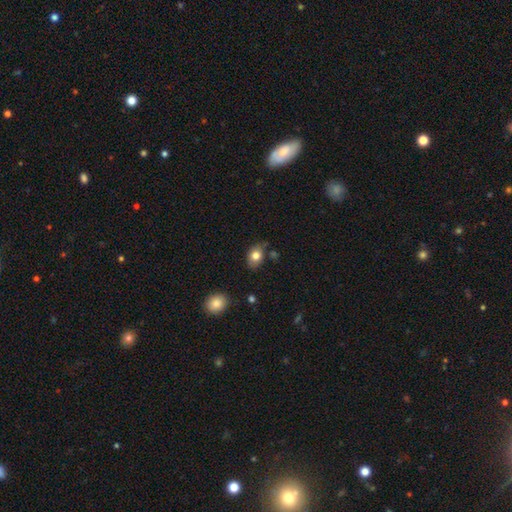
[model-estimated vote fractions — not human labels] Q: Smooth or featured?
A: smooth (80%); runner-up: featured or disk (11%)
Q: How rounded?
A: in between (73%); runner-up: round (26%)
Q: Merging?
A: none (72%); runner-up: minor disturbance (20%)